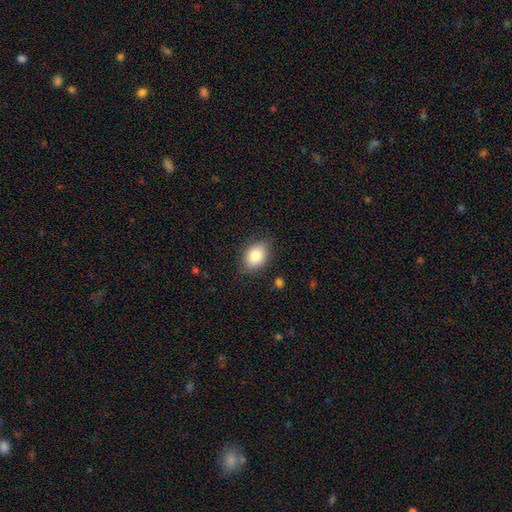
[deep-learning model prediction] smooth_or_featured: smooth (p=0.82) [alt: featured or disk p=0.10]
how_rounded: in between (p=0.74) [alt: round p=0.25]
merging: none (p=0.80) [alt: minor disturbance p=0.15]